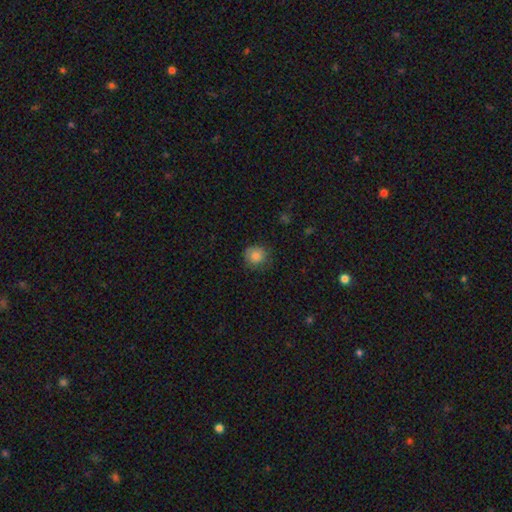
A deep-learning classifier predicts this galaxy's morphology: Smooth or featured? Predicted: smooth (p=0.84). How rounded? Predicted: round (p=0.89). Merging? Predicted: none (p=0.76).